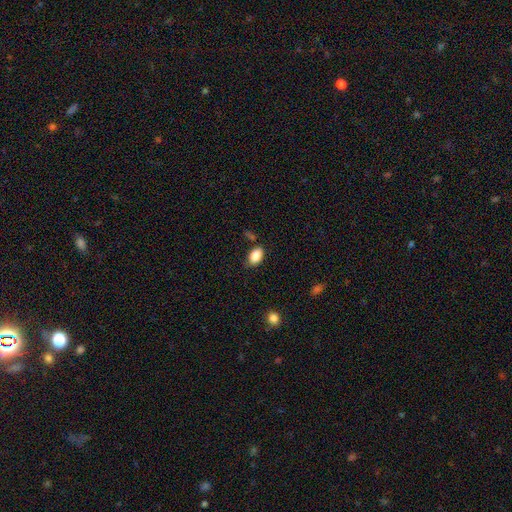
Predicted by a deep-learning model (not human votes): This is clearly a smooth galaxy (86%). How rounded: clearly in between (90%). Merging: likely none (72%).